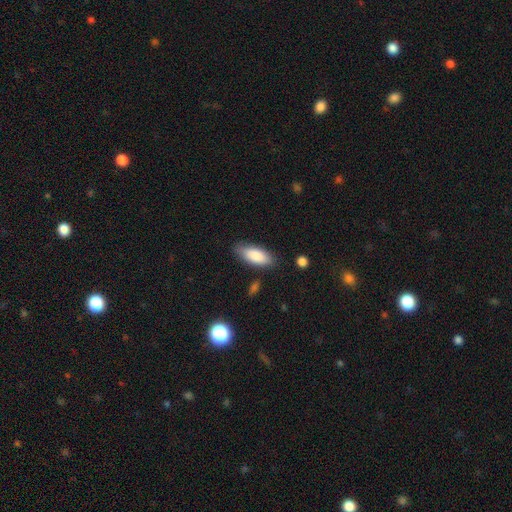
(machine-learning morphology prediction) Smooth or featured? Predicted: smooth (p=0.85). How rounded? Predicted: in between (p=0.77). Merging? Predicted: none (p=0.80).